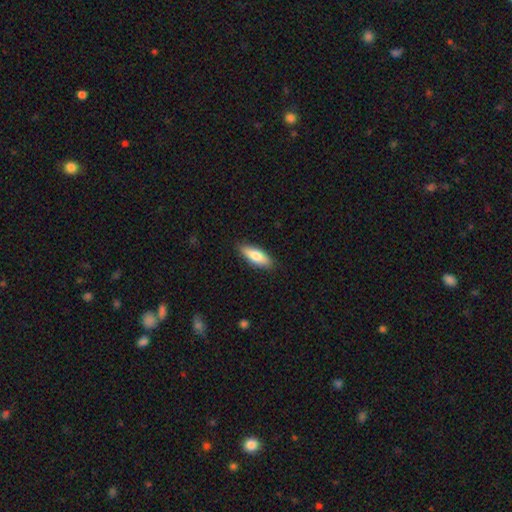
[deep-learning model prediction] A smooth galaxy with no disk features (77%) that is in between round and cigar-shaped (61%).

Vote fractions:
- Smooth or featured? smooth: 77% / featured or disk: 17% / star or artifact: 6%
- How rounded? in between: 61% / cigar-shaped: 37% / round: 2%
- Merging? none: 88% / minor disturbance: 9% / major disturbance: 2% / merger: 1%